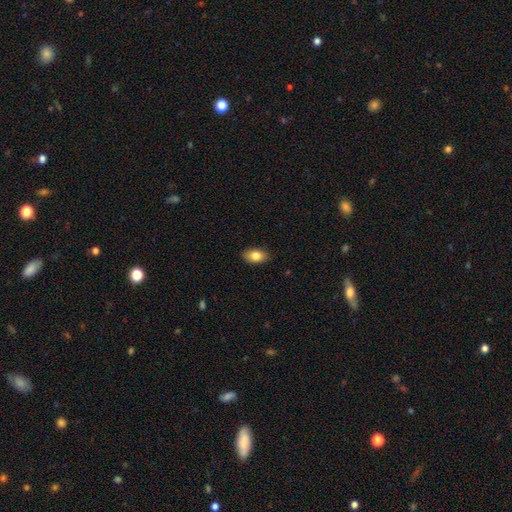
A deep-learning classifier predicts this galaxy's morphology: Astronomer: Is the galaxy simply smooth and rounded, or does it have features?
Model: smooth — 83%.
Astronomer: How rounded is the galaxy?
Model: in between — 90%.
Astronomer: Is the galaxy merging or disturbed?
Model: none — 88%.